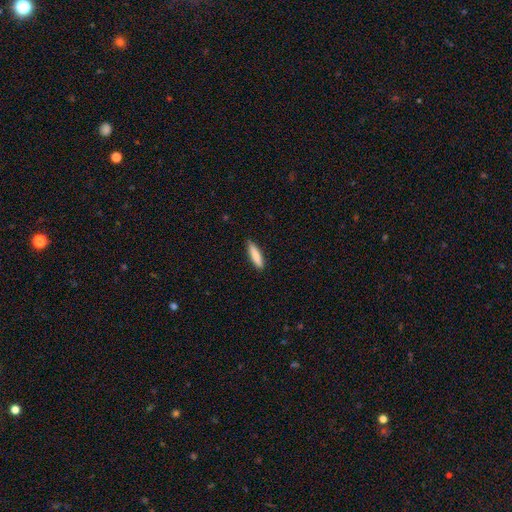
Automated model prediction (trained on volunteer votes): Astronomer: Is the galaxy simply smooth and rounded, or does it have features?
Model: smooth — 84%.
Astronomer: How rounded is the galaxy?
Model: cigar-shaped — 75%.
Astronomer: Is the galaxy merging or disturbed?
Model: none — 88%.